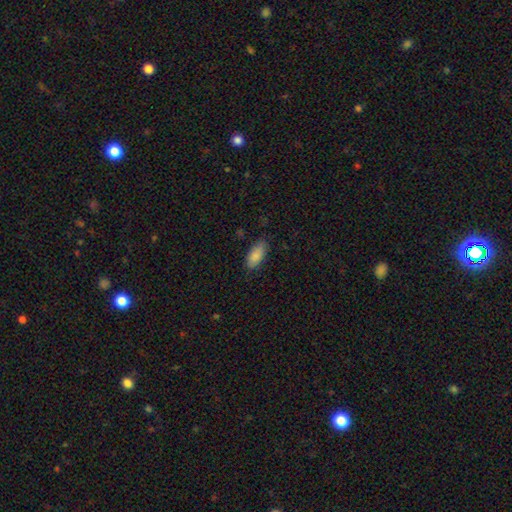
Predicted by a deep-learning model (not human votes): smooth_or_featured: smooth (p=0.88) [alt: star or artifact p=0.06]
how_rounded: in between (p=0.88) [alt: cigar-shaped p=0.10]
merging: none (p=0.78) [alt: minor disturbance p=0.18]